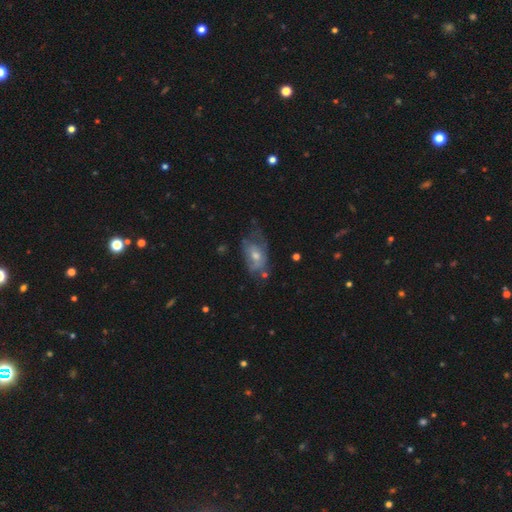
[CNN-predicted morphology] smooth-or-featured: featured or disk: 45% (tied) | smooth: 45% (tied) | star or artifact: 9%
  merging: none: 34% | minor disturbance: 31% | major disturbance: 30% | merger: 5%